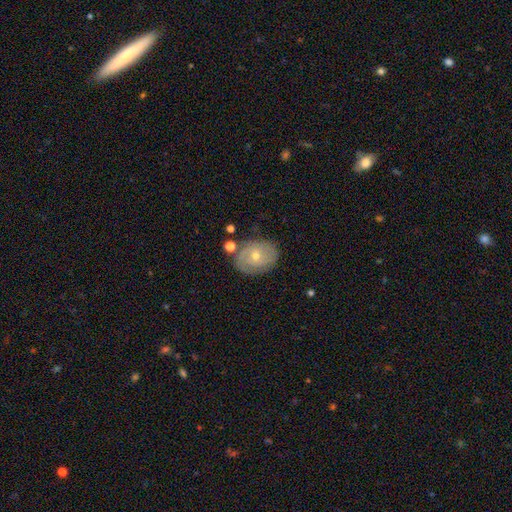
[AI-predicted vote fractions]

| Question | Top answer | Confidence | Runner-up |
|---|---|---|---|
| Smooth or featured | featured or disk | 61% | smooth (30%) |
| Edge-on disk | no | 96% | yes (4%) |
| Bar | no | 73% | weak (23%) |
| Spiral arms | yes | 77% | no (23%) |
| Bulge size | small | 57% | moderate (40%) |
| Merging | none | 75% | minor disturbance (16%) |